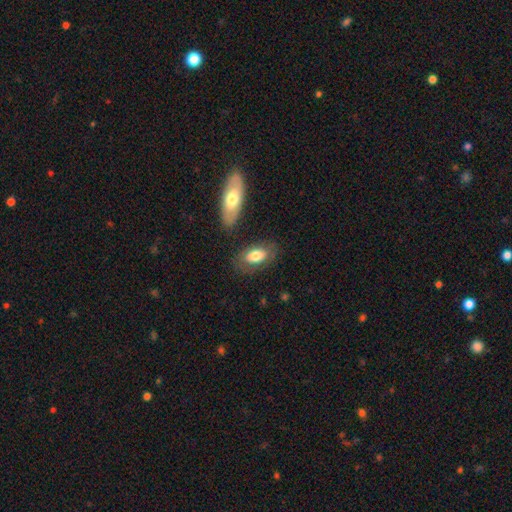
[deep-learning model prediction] Q: Smooth or featured?
A: smooth (73%); runner-up: featured or disk (21%)
Q: How rounded?
A: in between (91%); runner-up: round (5%)
Q: Merging?
A: none (74%); runner-up: minor disturbance (15%)